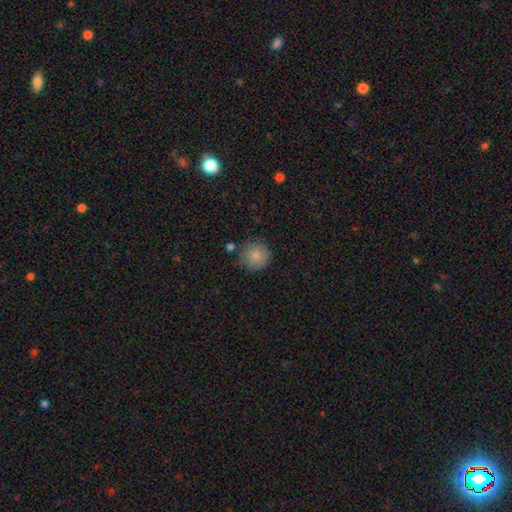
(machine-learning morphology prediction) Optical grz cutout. It shows a smooth galaxy with no disk features (85%) that is round (93%). Merging: none (76%).